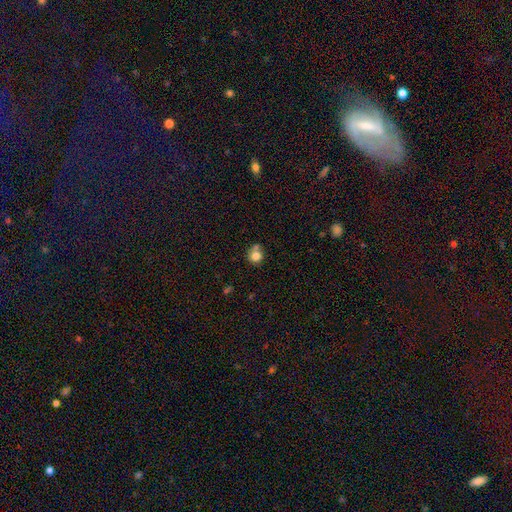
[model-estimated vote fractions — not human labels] smooth_or_featured: smooth (p=0.80) [alt: star or artifact p=0.11]
how_rounded: round (p=0.86) [alt: in between p=0.13]
merging: none (p=0.54) [alt: merger p=0.25]